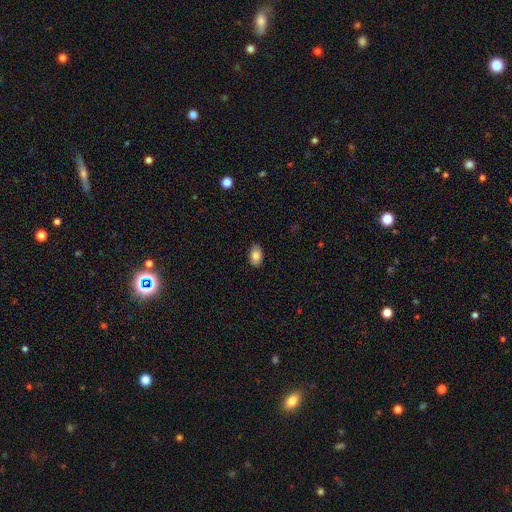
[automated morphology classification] Smooth or featured? smooth (85%)
How rounded? in between (87%)
Merging? none (85%)